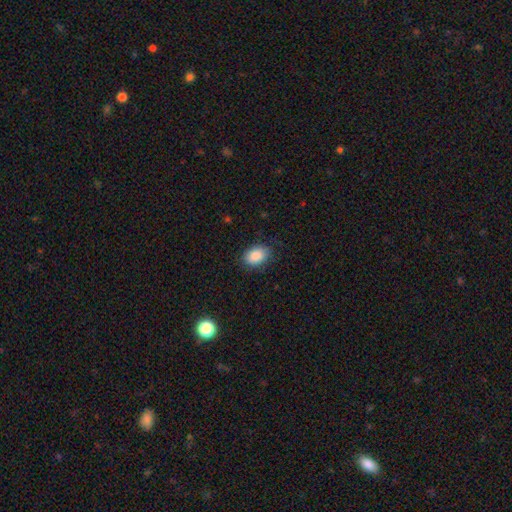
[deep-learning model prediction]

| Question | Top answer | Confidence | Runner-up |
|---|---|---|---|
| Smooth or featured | smooth | 87% | star or artifact (8%) |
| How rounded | in between | 81% | round (17%) |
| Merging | none | 82% | minor disturbance (14%) |